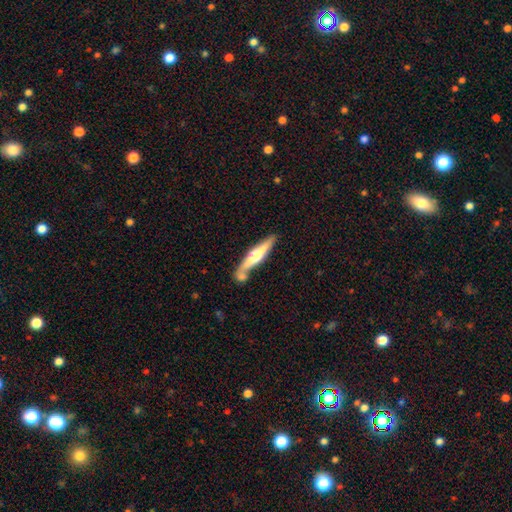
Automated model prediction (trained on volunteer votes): Smooth or featured? featured or disk (56%)
Edge-on disk? yes (94%)
Edge-on bulge? rounded (89%)
Merging? none (62%)